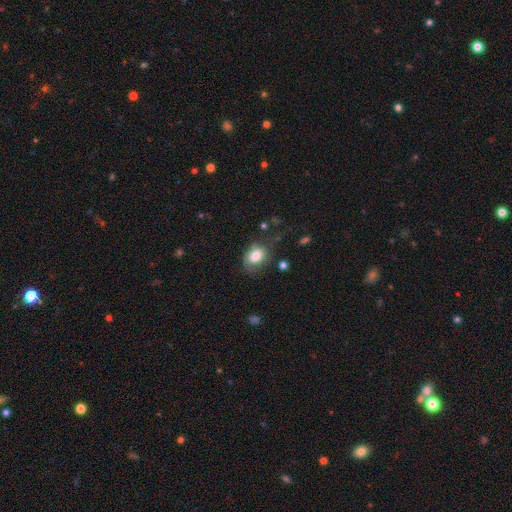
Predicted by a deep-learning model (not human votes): Smooth or featured?
  - smooth: 77% *
  - featured or disk: 15%
  - star or artifact: 8%
How rounded?
  - in between: 73% *
  - round: 26%
  - cigar-shaped: 1%
Merging?
  - none: 58% *
  - minor disturbance: 26%
  - major disturbance: 13%
  - merger: 3%